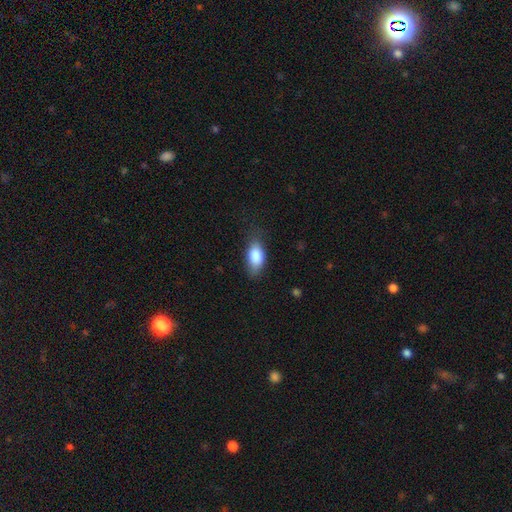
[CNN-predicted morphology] Smooth or featured: smooth — 85% (featured or disk — 8%)
How rounded: in between — 89% (cigar-shaped — 6%)
Merging: none — 72% (minor disturbance — 22%)